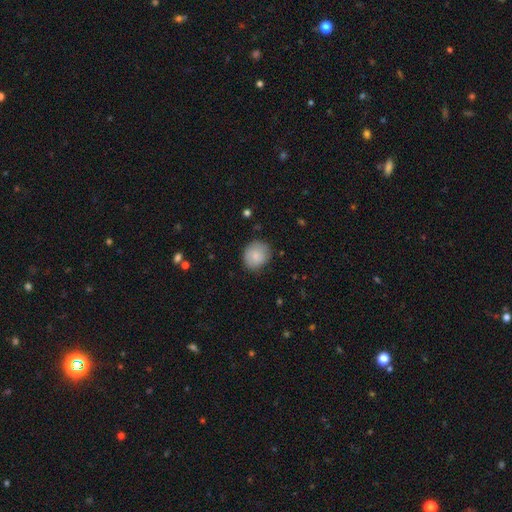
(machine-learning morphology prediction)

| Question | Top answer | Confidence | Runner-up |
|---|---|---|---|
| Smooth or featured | smooth | 81% | featured or disk (12%) |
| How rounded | round | 75% | in between (24%) |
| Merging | none | 79% | minor disturbance (17%) |